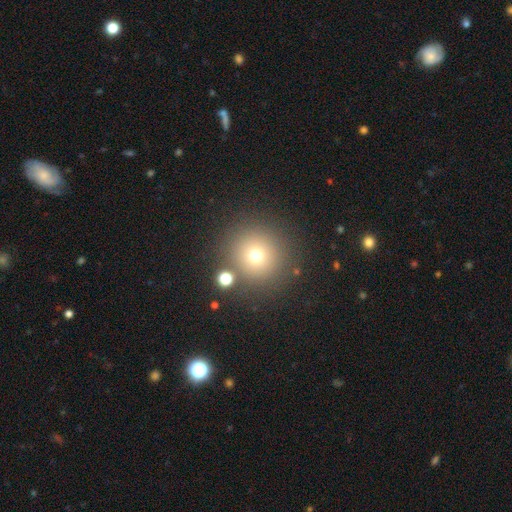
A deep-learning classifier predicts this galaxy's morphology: Q: Smooth or featured?
A: smooth (71%); runner-up: star or artifact (18%)
Q: How rounded?
A: round (94%); runner-up: in between (5%)
Q: Merging?
A: none (83%); runner-up: minor disturbance (7%)